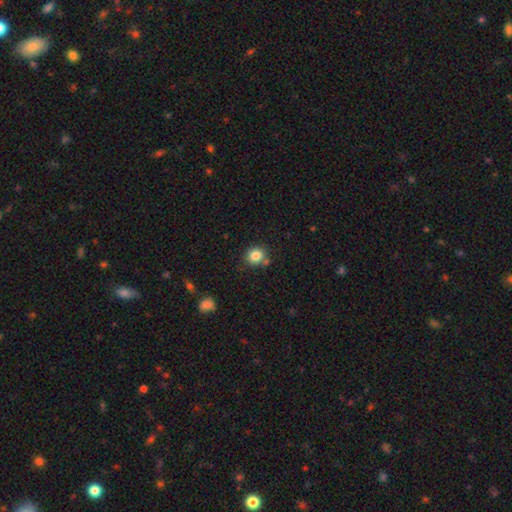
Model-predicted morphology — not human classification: A smooth galaxy with no disk features (83%) that is round (79%). Merging: none (74%).